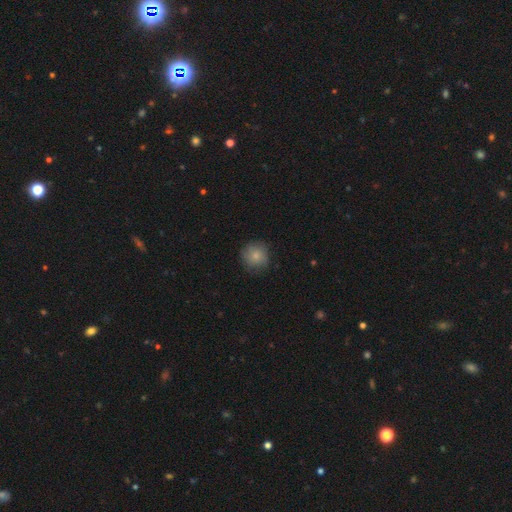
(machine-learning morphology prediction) Smooth or featured? smooth (81%)
How rounded? round (93%)
Merging? none (81%)